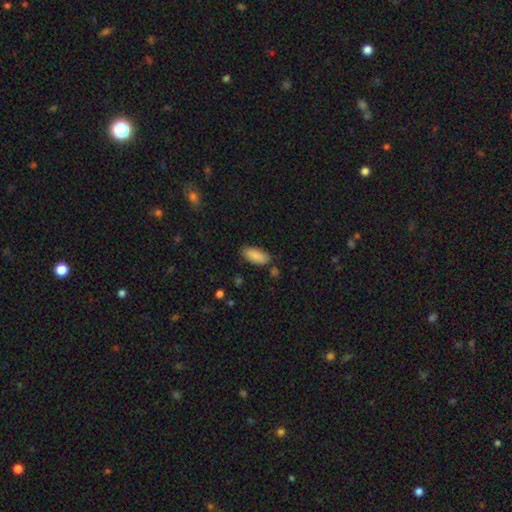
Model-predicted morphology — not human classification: Smooth or featured? Predicted: smooth (p=0.88). How rounded? Predicted: in between (p=0.87). Merging? Predicted: none (p=0.78).